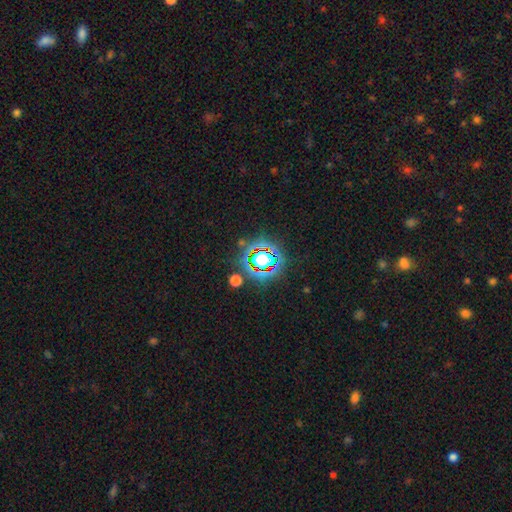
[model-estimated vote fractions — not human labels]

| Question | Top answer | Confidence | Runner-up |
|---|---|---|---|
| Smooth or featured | star or artifact | 80% | smooth (12%) |